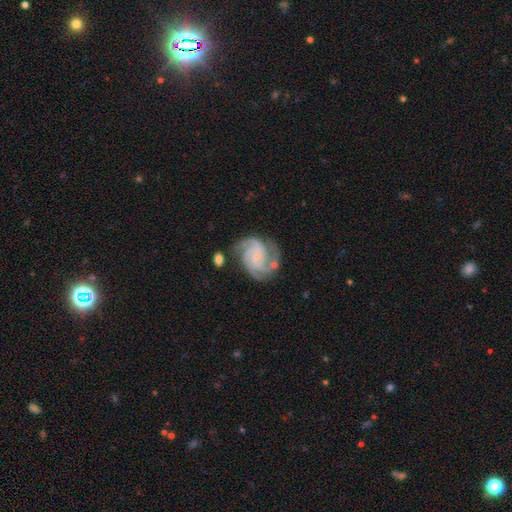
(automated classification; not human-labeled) Morphology: type=featured or disk (89%); edge-on=no (98%); bar=no (61%); spiral arms=yes (98%); winding=tight (55%); arm count=3 (47%); bulge=small (62%); merging=none (68%).